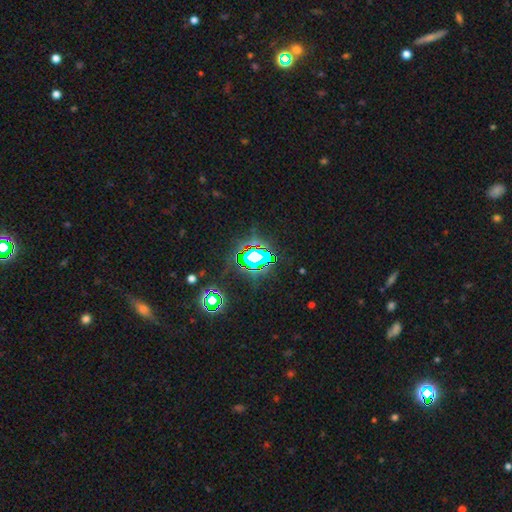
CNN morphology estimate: This appears to be a star or artifact, not a galaxy (73%).